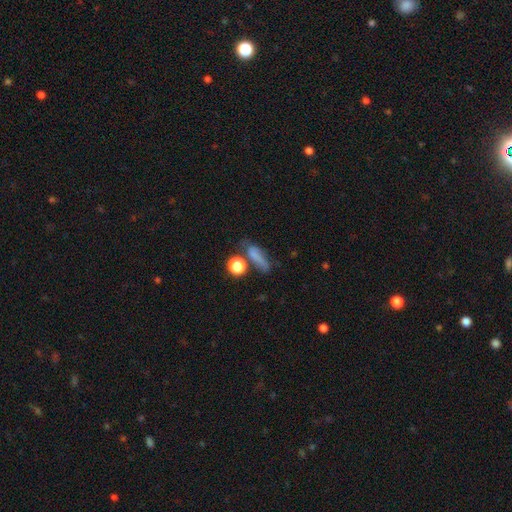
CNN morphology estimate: Smooth or featured? Predicted: smooth (p=0.70). How rounded? Predicted: in between (p=0.45). Merging? Predicted: none (p=0.46).